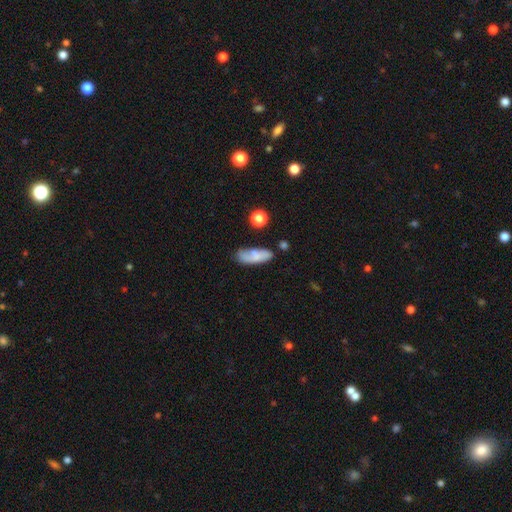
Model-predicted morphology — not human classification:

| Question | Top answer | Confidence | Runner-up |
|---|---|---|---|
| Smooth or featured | smooth | 73% | featured or disk (18%) |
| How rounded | in between | 69% | cigar-shaped (28%) |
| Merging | none | 58% | minor disturbance (24%) |